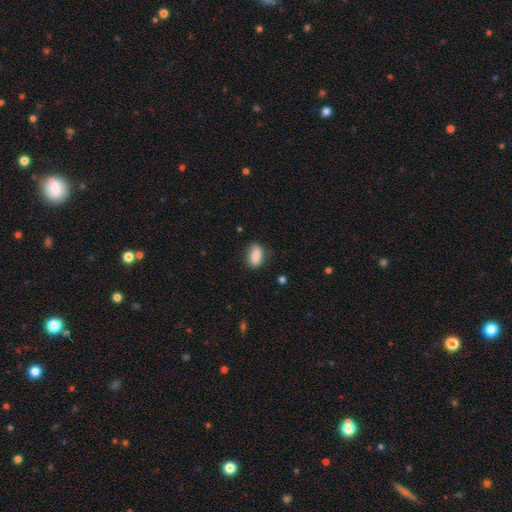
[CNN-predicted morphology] Smooth or featured? smooth (83%)
How rounded? in between (86%)
Merging? none (77%)